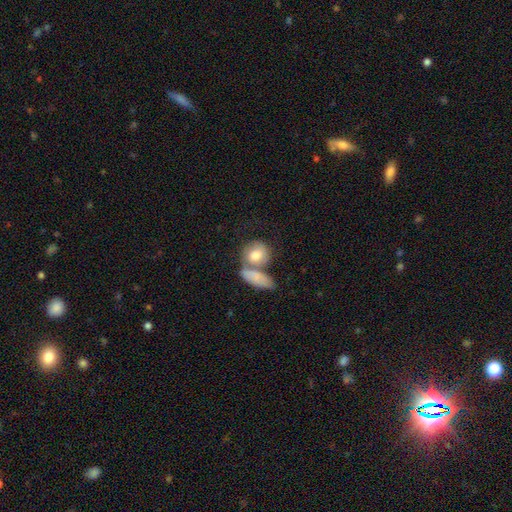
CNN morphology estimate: smooth_or_featured: smooth (p=0.76) [alt: featured or disk p=0.18]
how_rounded: in between (p=0.49) [alt: round p=0.46]
merging: merger (p=0.45) [alt: none p=0.37]